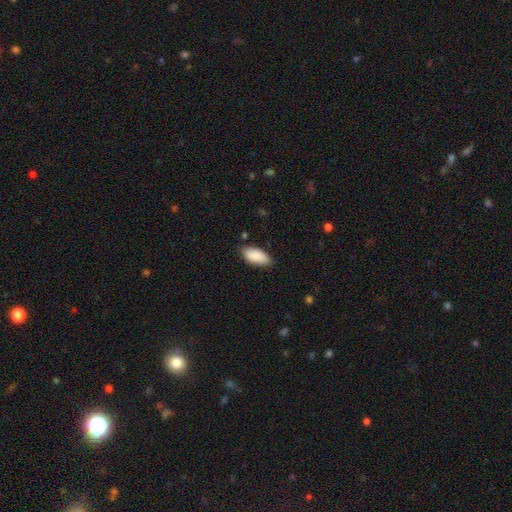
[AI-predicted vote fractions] This appears to be a smooth galaxy with no disk features (89%) that is in between round and cigar-shaped (91%). Merging: none (79%).